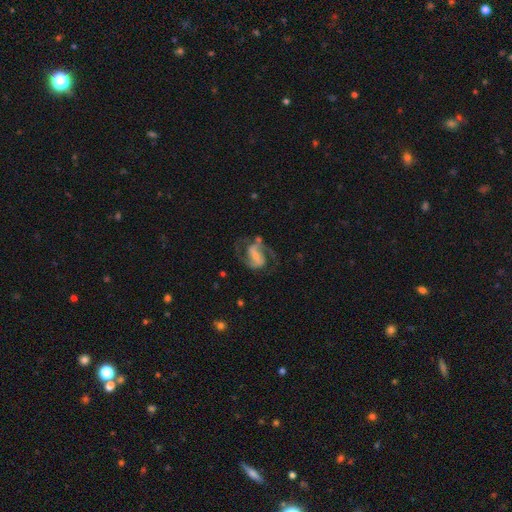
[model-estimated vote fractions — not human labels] This is clearly a featured or disk galaxy (86%). It is clearly not viewed edge-on (98%). Bar: marginally strong (44%). Spiral arm pattern: clearly yes (95%). Spiral arm count: clearly 2 (90%). Spiral winding: possibly medium (59%). Central bulge: possibly small (54%). Merging: likely none (64%).